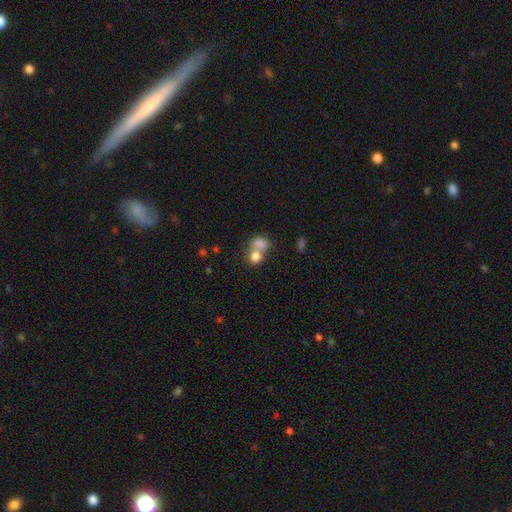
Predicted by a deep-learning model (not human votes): smooth-or-featured: smooth: 79% | featured or disk: 11% | star or artifact: 10%
  how-rounded: round: 64% | in between: 34% | cigar-shaped: 1%
  merging: merger: 60% | none: 30% | minor disturbance: 7% | major disturbance: 4%